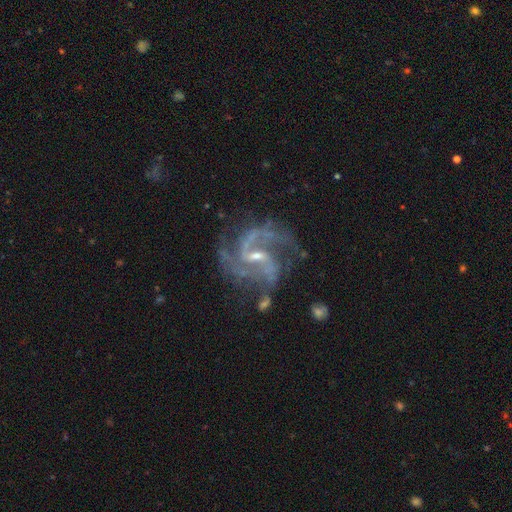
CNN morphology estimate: Q: Smooth or featured?
A: featured or disk (92%); runner-up: star or artifact (5%)
Q: Edge-on disk?
A: no (98%); runner-up: yes (2%)
Q: Bar?
A: weak (52%); runner-up: strong (30%)
Q: Spiral arms?
A: yes (98%); runner-up: no (2%)
Q: Spiral winding?
A: medium (60%); runner-up: loose (21%)
Q: Spiral arm count?
A: 2 (60%); runner-up: 3 (20%)
Q: Bulge size?
A: small (67%); runner-up: moderate (27%)
Q: Merging?
A: none (64%); runner-up: minor disturbance (19%)